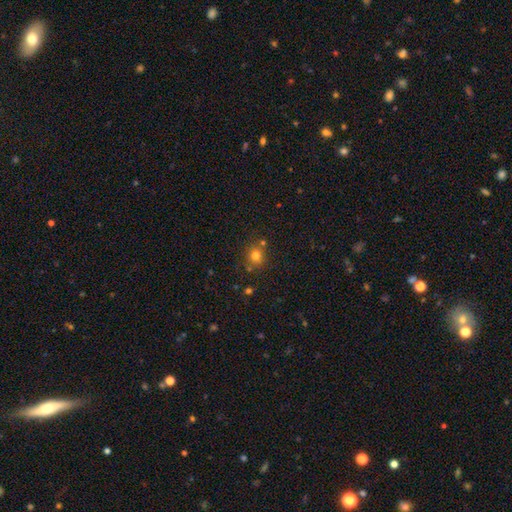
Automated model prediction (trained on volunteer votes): Smooth or featured?
  - smooth: 76% *
  - star or artifact: 16%
  - featured or disk: 8%
How rounded?
  - round: 81% *
  - in between: 18%
  - cigar-shaped: 1%
Merging?
  - none: 72% *
  - merger: 13%
  - minor disturbance: 11%
  - major disturbance: 4%